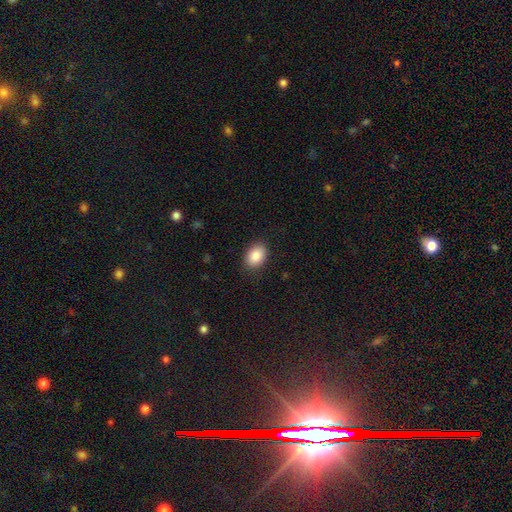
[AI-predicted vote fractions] smooth 87%, star or artifact 7%, featured or disk 5%. Down the decision tree: how rounded — in between (79%); merging — none (87%).